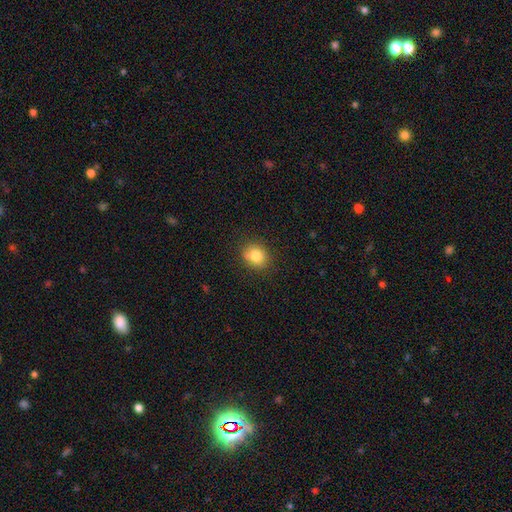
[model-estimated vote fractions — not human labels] A smooth galaxy with no disk features (81%) that is round (64%). Merging: none (81%).